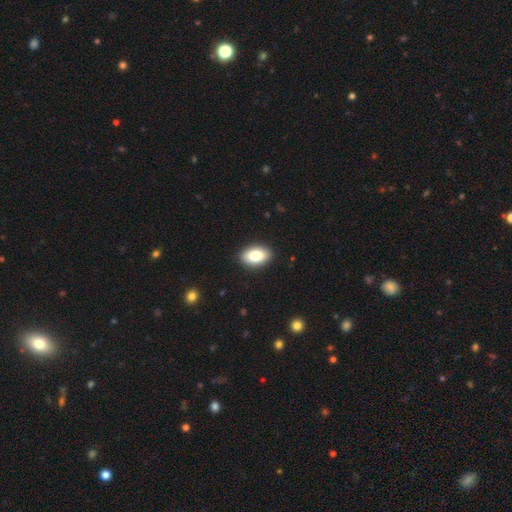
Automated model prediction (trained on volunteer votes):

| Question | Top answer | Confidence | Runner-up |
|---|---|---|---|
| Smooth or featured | smooth | 83% | featured or disk (10%) |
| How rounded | in between | 91% | round (8%) |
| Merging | none | 90% | minor disturbance (8%) |